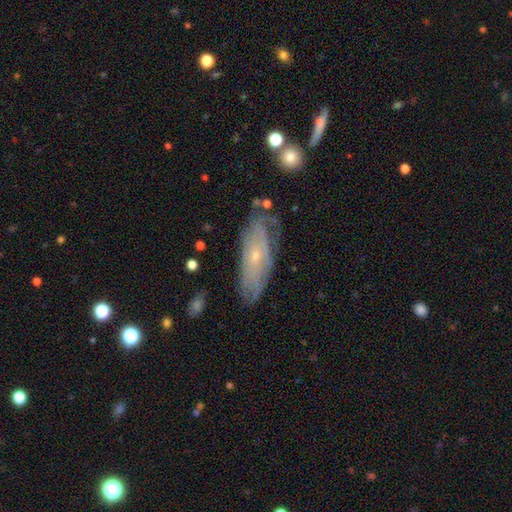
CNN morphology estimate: smooth_or_featured: featured or disk (p=0.65) [alt: smooth p=0.27]
disk_edge_on: no (p=0.82) [alt: yes p=0.18]
bar: no (p=0.82) [alt: weak p=0.15]
has_spiral_arms: yes (p=0.74) [alt: no p=0.26]
bulge_size: small (p=0.75) [alt: moderate p=0.21]
merging: none (p=0.68) [alt: minor disturbance p=0.22]